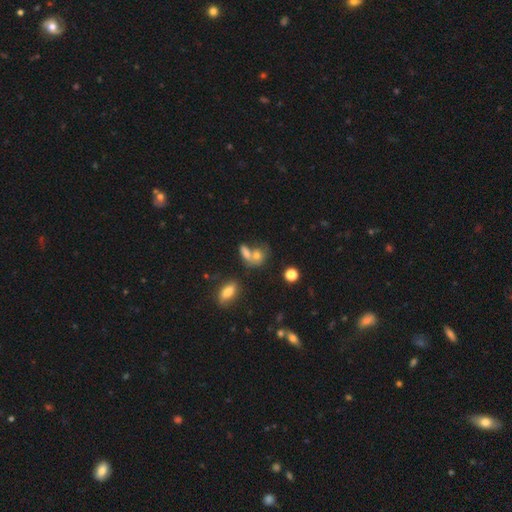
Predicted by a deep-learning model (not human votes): smooth 66%, featured or disk 17%, star or artifact 17%. Down the decision tree: how rounded — in between (50%); merging — merger (43%).